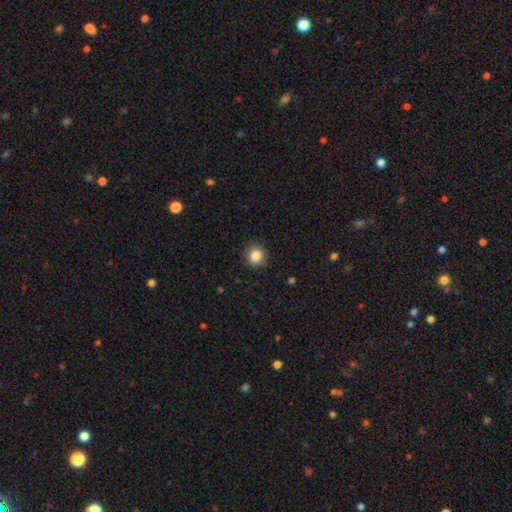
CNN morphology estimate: type=smooth (85%); roundness=round (88%); merging=none (90%).